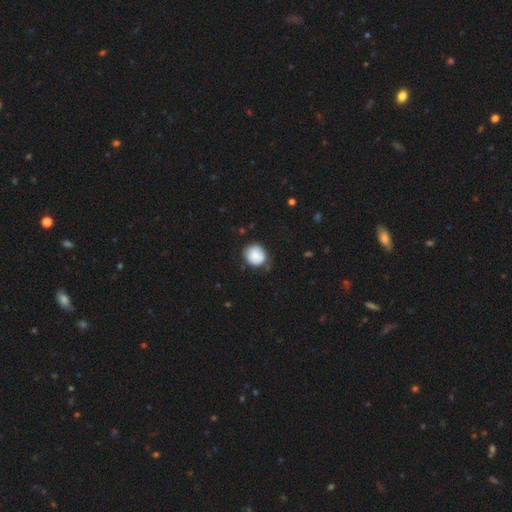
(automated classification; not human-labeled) Overall: smooth (81%). How rounded: round (79%). Merging: none (65%; minor disturbance 26%).